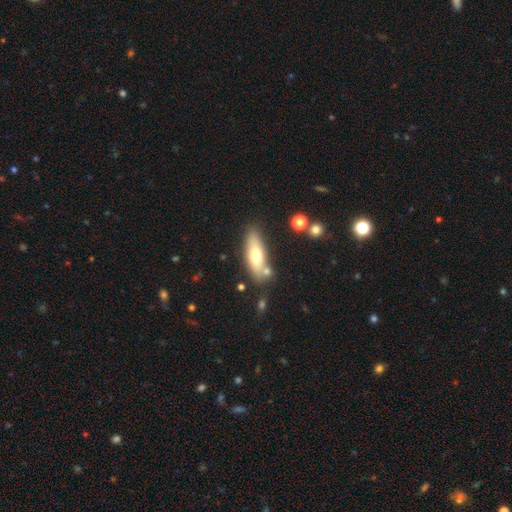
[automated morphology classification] Smooth or featured?
  - smooth: 64% *
  - featured or disk: 30%
  - star or artifact: 7%
How rounded?
  - in between: 60% *
  - cigar-shaped: 38%
  - round: 2%
Merging?
  - none: 70% *
  - minor disturbance: 15%
  - merger: 11%
  - major disturbance: 4%